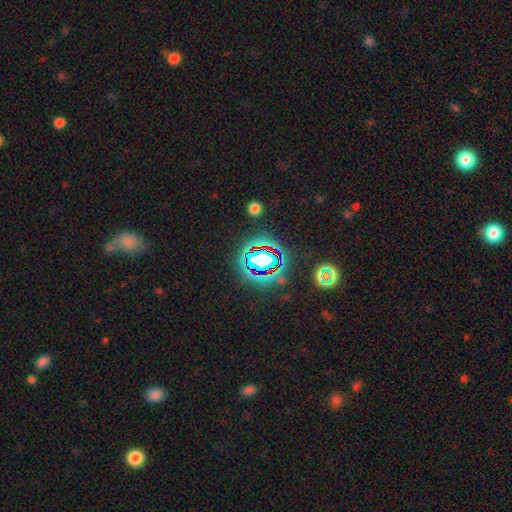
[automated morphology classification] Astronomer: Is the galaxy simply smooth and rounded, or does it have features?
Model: star or artifact — 73%.